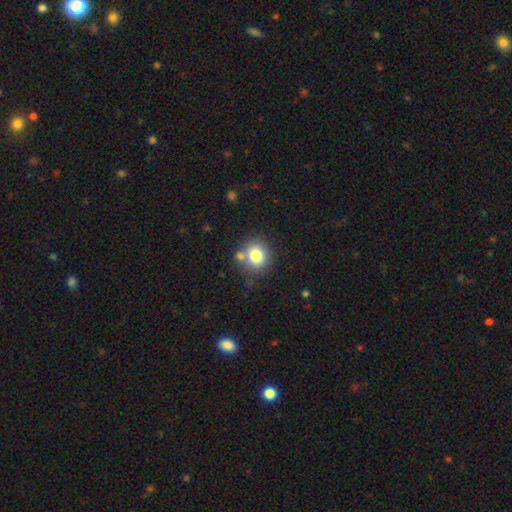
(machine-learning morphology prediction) Smooth or featured? smooth (78%)
How rounded? round (83%)
Merging? none (70%)